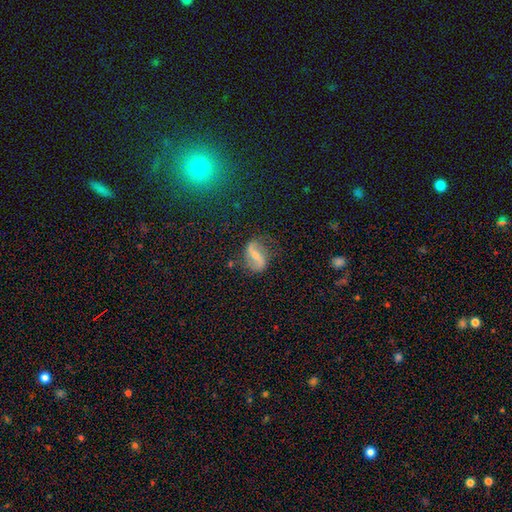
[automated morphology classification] Smooth or featured? featured or disk (78%)
Edge-on disk? no (96%)
Bar? strong (49%)
Spiral arms? yes (90%)
Spiral winding? loose (69%)
Spiral arm count? 2 (91%)
Bulge size? small (57%)
Merging? none (73%)